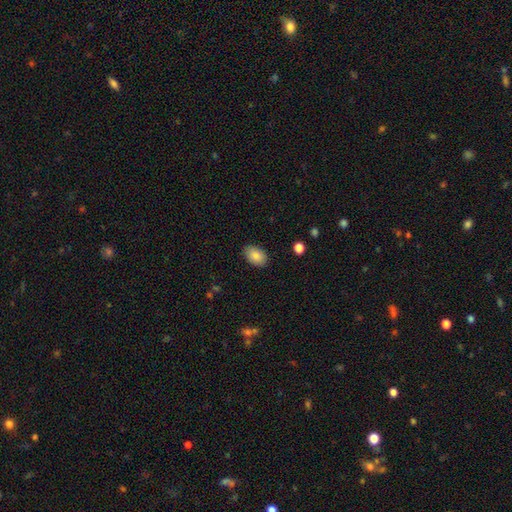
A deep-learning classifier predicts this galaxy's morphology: smooth 87%, star or artifact 7%, featured or disk 7%. Down the decision tree: how rounded — in between (88%); merging — none (87%).